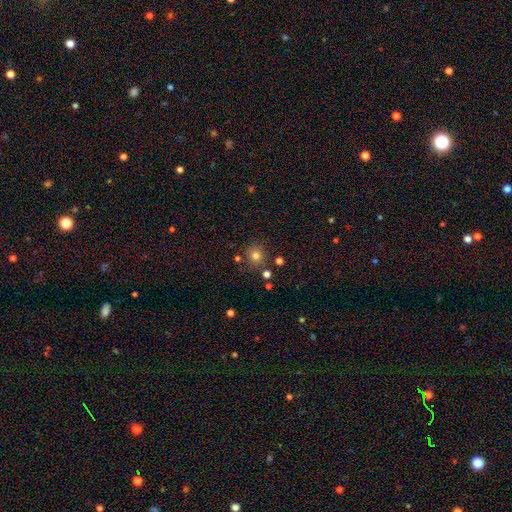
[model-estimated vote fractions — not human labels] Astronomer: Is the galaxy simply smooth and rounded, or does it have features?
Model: smooth — 76%.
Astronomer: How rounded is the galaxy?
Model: round — 86%.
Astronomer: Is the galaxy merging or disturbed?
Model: none — 80%.